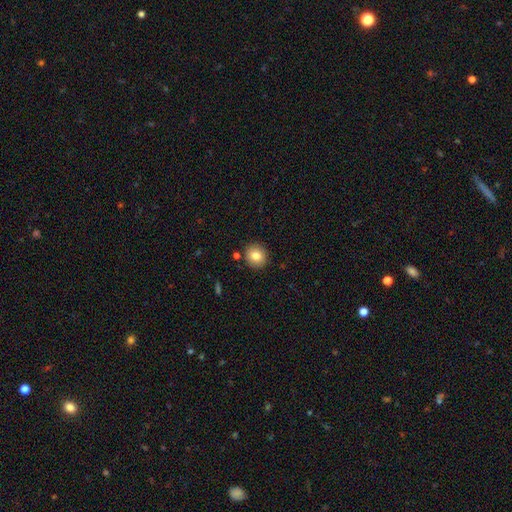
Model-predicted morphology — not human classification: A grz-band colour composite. It shows a smooth galaxy with no disk features (83%) that is round (85%). Merging: none (88%).